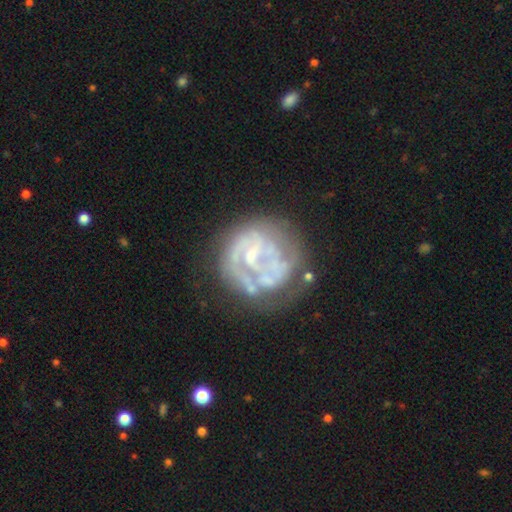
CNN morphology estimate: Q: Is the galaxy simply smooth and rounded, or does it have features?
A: featured or disk — 73%.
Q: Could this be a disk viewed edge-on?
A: no — 98%.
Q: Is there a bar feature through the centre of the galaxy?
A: no — 63%.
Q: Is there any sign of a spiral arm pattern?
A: no — 54%.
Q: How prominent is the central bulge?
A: small — 42%.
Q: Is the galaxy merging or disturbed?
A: none — 51%.